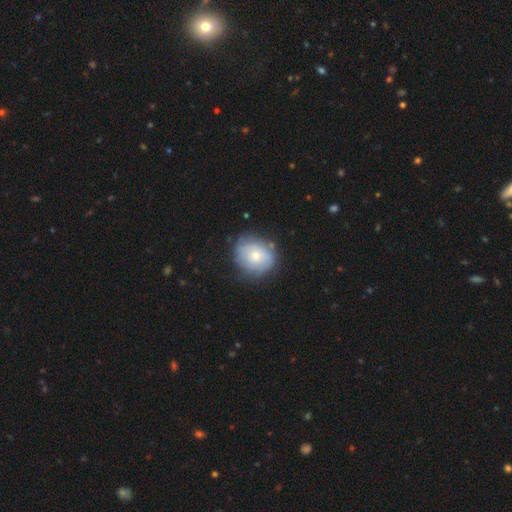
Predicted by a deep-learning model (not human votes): Smooth or featured?
  - smooth: 56% *
  - featured or disk: 37%
  - star or artifact: 7%
How rounded?
  - round: 75% *
  - in between: 24%
  - cigar-shaped: 1%
Merging?
  - none: 68% *
  - minor disturbance: 23%
  - major disturbance: 7%
  - merger: 2%